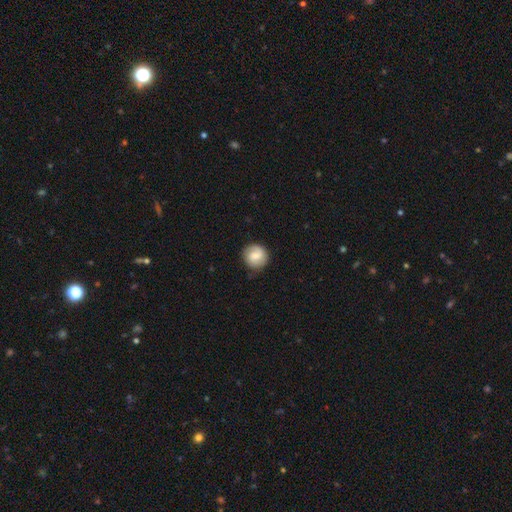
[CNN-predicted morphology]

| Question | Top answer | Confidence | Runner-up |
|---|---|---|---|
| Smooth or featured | smooth | 64% | featured or disk (29%) |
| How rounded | round | 90% | in between (9%) |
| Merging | none | 81% | minor disturbance (15%) |